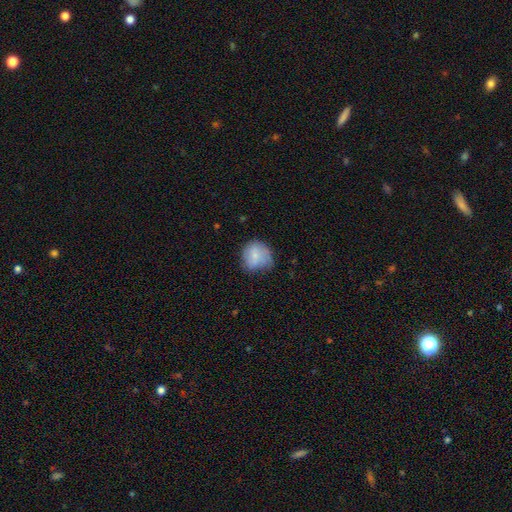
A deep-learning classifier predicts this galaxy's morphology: This is likely a smooth galaxy (74%). How rounded: likely round (77%). Merging: possibly none (49%).